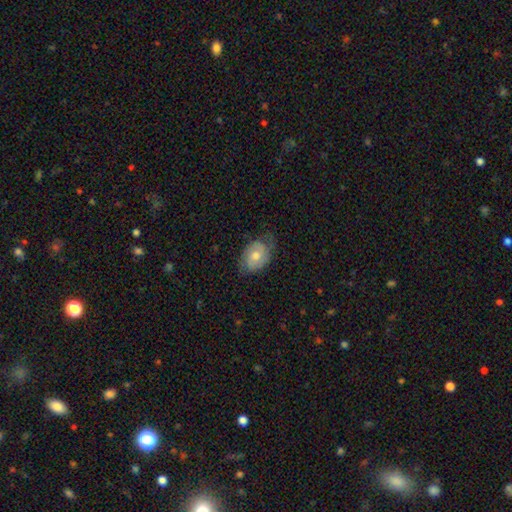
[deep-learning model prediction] Smooth or featured?
  - featured or disk: 58% *
  - smooth: 34%
  - star or artifact: 8%
Edge-on disk?
  - no: 96% *
  - yes: 4%
Bar?
  - no: 69% *
  - weak: 27%
  - strong: 4%
Spiral arms?
  - yes: 83% *
  - no: 17%
Bulge size?
  - moderate: 67% *
  - small: 26%
  - large: 5%
  - none: 2%
  - dominant: 1%
Merging?
  - none: 67% *
  - minor disturbance: 24%
  - major disturbance: 8%
  - merger: 1%